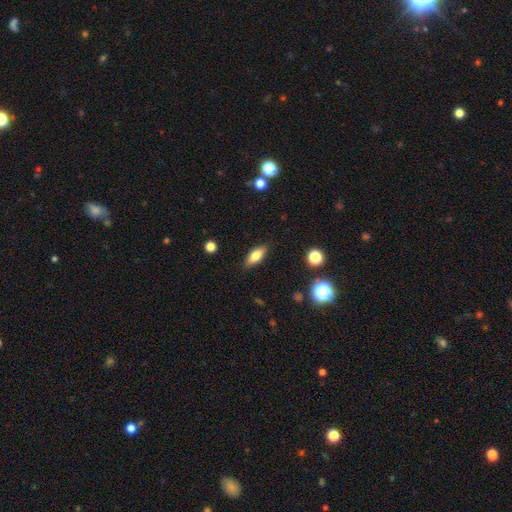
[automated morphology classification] smooth-or-featured: smooth: 76% | featured or disk: 16% | star or artifact: 8%
  how-rounded: in between: 77% | cigar-shaped: 20% | round: 4%
  merging: none: 86% | minor disturbance: 10% | major disturbance: 2% | merger: 1%